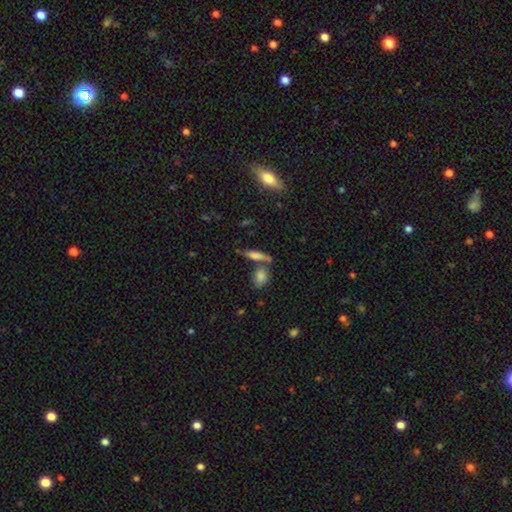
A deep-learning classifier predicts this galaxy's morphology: type=smooth (69%); roundness=in between (51%); merging=none (59%).